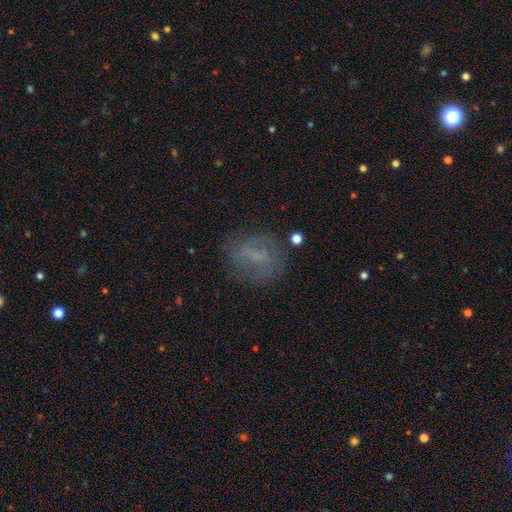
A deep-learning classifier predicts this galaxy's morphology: This is marginally a featured or disk galaxy (43%). Merging: likely none (71%).